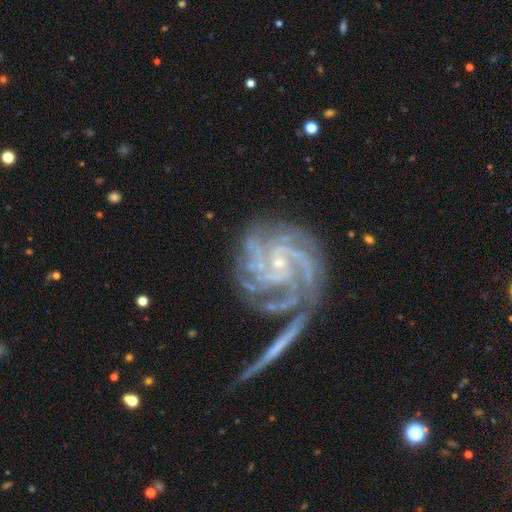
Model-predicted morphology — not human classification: Smooth or featured? featured or disk (90%)
Edge-on disk? no (97%)
Bar? no (62%)
Spiral arms? yes (98%)
Spiral winding? tight (67%)
Spiral arm count? 4 (33%)
Bulge size? small (82%)
Merging? none (58%)